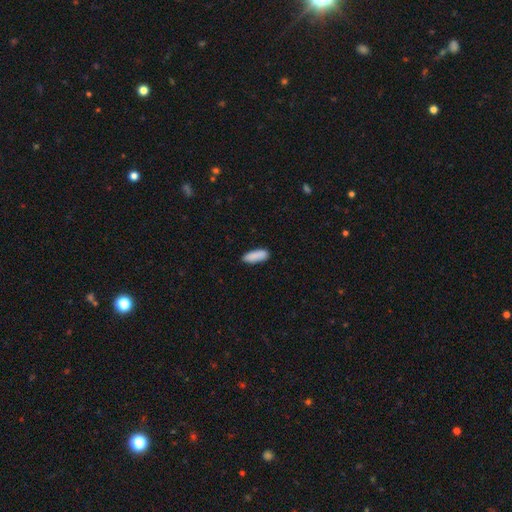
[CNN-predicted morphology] smooth 89%, star or artifact 6%, featured or disk 5%. Down the decision tree: how rounded — in between (64%); merging — none (86%).